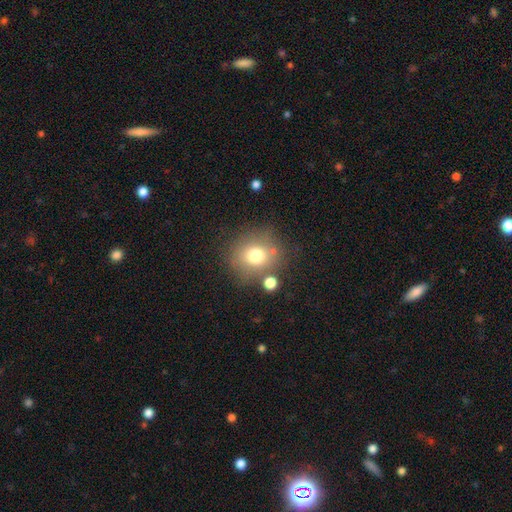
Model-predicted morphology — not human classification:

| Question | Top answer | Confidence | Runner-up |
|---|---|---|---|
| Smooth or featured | smooth | 73% | featured or disk (13%) |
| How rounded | round | 82% | in between (17%) |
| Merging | none | 72% | minor disturbance (13%) |